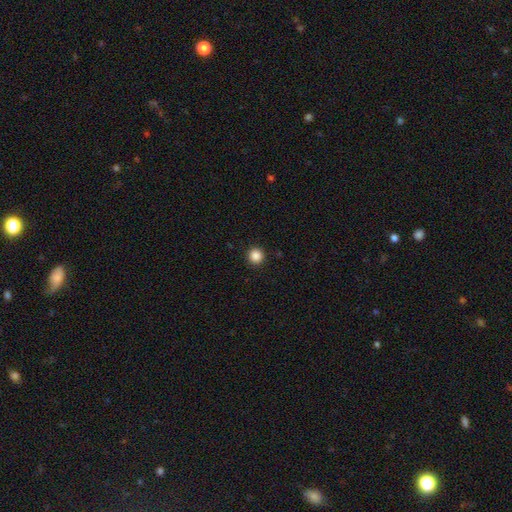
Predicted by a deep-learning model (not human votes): Q: Smooth or featured?
A: smooth (87%); runner-up: star or artifact (11%)
Q: How rounded?
A: round (96%); runner-up: in between (3%)
Q: Merging?
A: none (93%); runner-up: minor disturbance (4%)